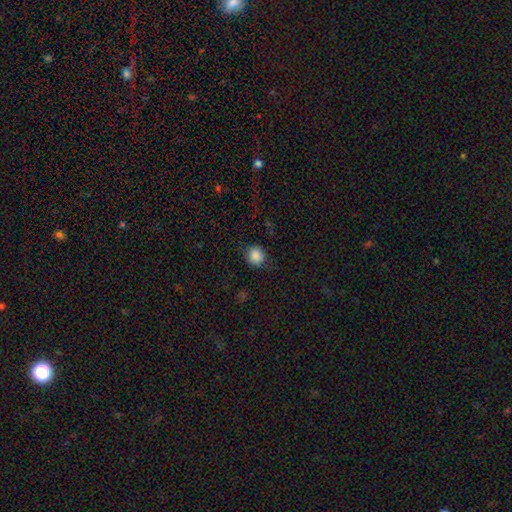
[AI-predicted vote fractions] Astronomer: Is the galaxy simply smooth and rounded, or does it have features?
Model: smooth — 87%.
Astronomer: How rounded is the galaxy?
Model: round — 83%.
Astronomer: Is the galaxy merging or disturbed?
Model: none — 82%.